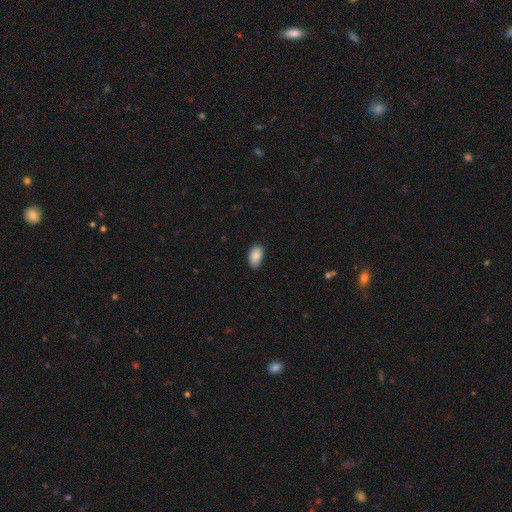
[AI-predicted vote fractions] smooth-or-featured: smooth: 87% | star or artifact: 7% | featured or disk: 6%
  how-rounded: in between: 92% | round: 6% | cigar-shaped: 1%
  merging: none: 81% | minor disturbance: 16% | major disturbance: 2% | merger: 1%